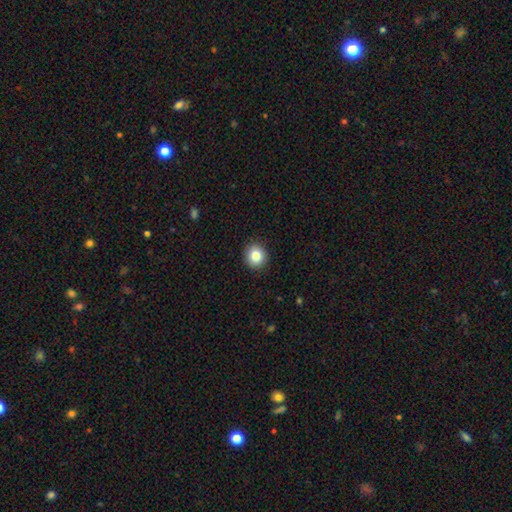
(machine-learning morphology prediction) smooth_or_featured: smooth (p=0.83) [alt: star or artifact p=0.10]
how_rounded: round (p=0.90) [alt: in between p=0.09]
merging: none (p=0.92) [alt: minor disturbance p=0.05]